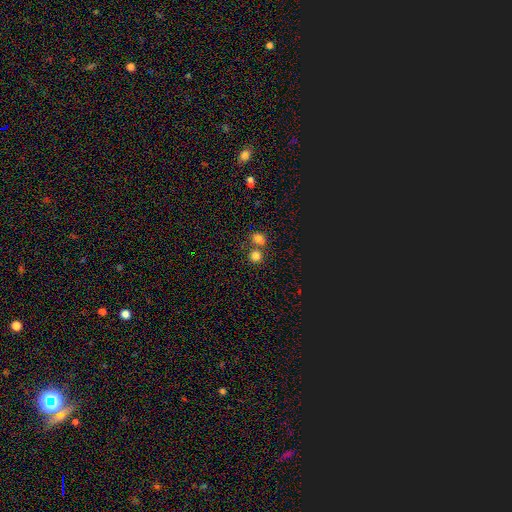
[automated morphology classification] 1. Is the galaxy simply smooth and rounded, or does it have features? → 77% smooth, 16% star or artifact, 7% featured or disk.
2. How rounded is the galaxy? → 81% round, 18% in between, 1% cigar-shaped.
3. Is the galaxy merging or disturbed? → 53% none, 36% merger, 7% minor disturbance, 4% major disturbance.